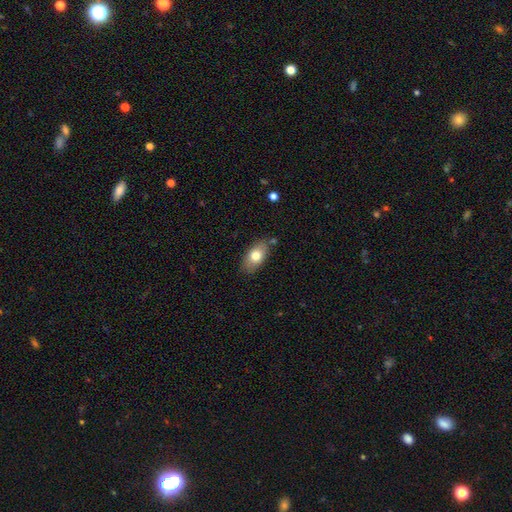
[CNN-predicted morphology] This is likely a smooth galaxy (75%). How rounded: clearly in between (90%). Merging: likely none (77%).